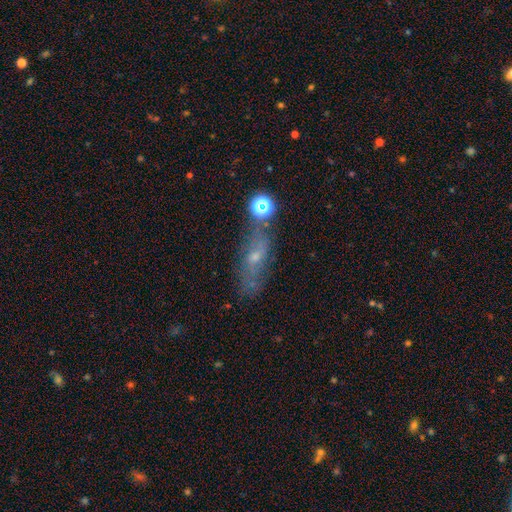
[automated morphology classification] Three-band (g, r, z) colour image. It shows a featured or disk galaxy (48%). Merging: none (63%).